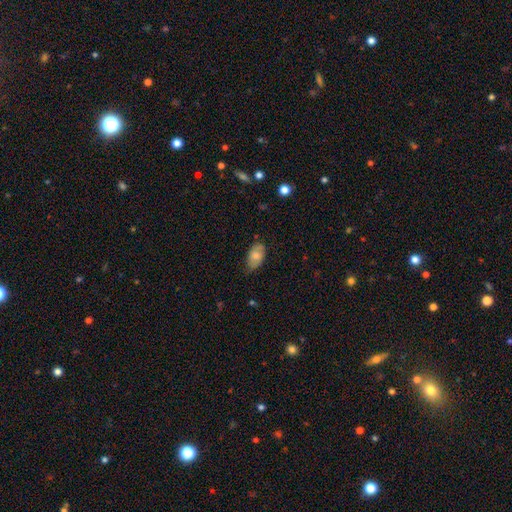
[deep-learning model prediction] The model was most divided on "merging": none: 67%, minor disturbance: 26%, major disturbance: 5%, merger: 1%. More confident: how rounded — in between (92%); smooth or featured — smooth (74%).